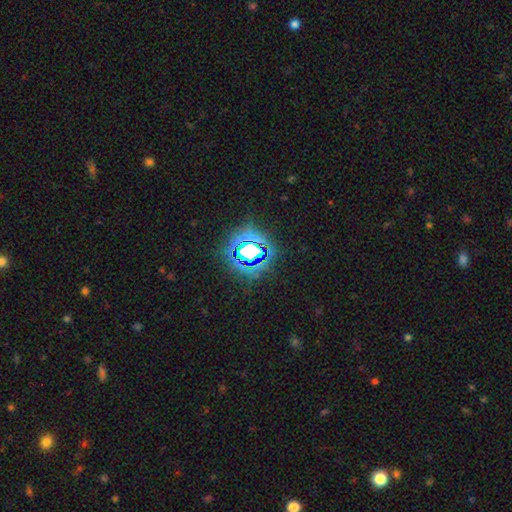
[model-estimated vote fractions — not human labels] Smooth or featured: star or artifact — 70% (smooth — 19%)